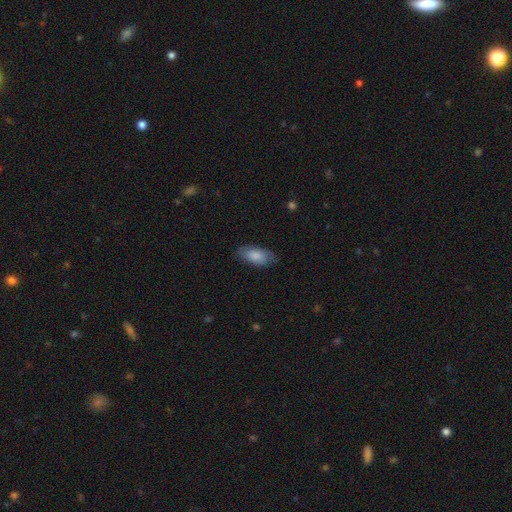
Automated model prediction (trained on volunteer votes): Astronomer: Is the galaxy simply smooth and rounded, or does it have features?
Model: smooth — 84%.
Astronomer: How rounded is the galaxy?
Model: in between — 90%.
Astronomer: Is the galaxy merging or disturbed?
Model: none — 79%.